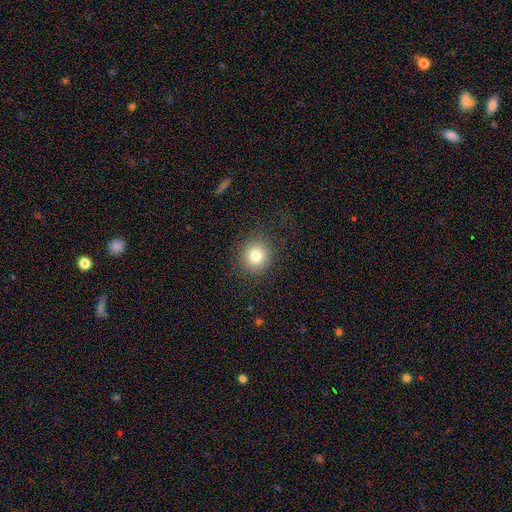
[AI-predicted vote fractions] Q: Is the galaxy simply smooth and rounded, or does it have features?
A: smooth — 80%.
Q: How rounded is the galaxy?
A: round — 89%.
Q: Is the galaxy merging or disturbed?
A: none — 89%.